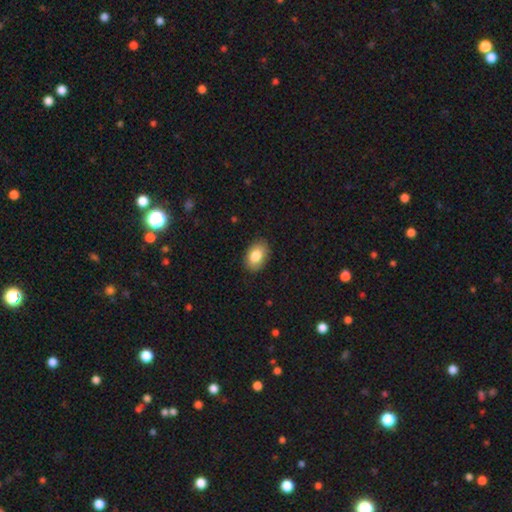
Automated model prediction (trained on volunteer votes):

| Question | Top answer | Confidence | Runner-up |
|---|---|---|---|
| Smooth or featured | smooth | 83% | featured or disk (9%) |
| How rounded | in between | 85% | round (13%) |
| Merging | none | 87% | minor disturbance (10%) |